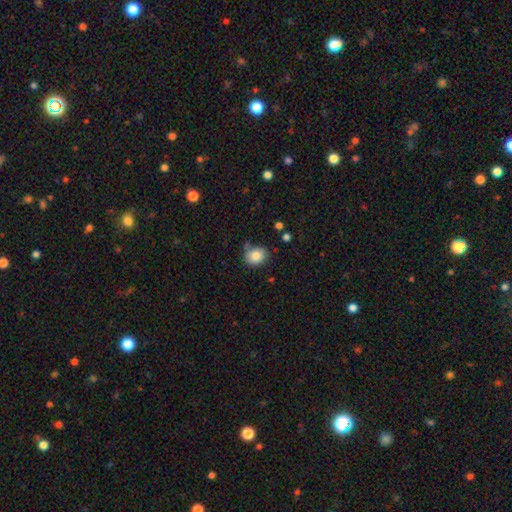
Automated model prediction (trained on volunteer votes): This appears to be a smooth galaxy with no disk features (83%) that is round (61%). Merging: none (67%).